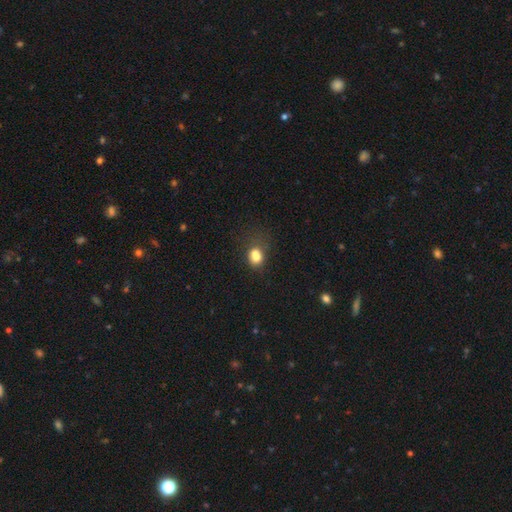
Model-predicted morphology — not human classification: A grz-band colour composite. It shows a smooth galaxy with no disk features (76%) that is in between round and cigar-shaped (57%). Merging: none (38%).